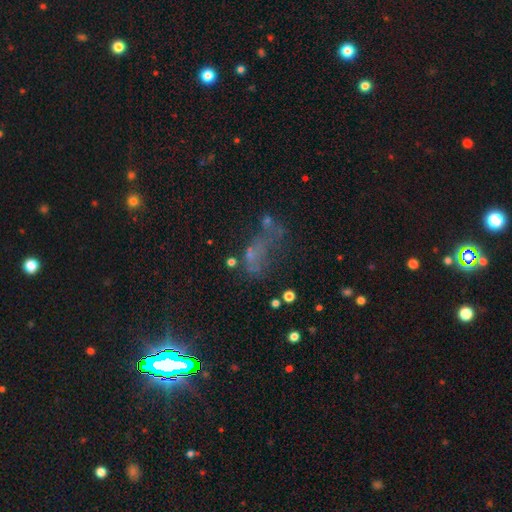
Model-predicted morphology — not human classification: type=star or artifact (44%).